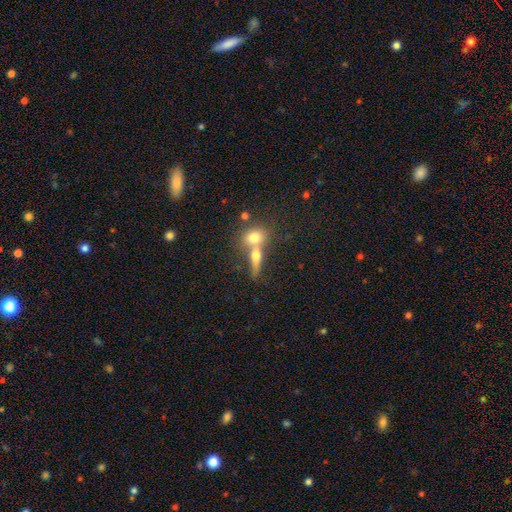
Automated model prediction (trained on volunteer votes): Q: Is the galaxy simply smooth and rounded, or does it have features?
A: smooth — 62%.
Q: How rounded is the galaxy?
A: in between — 45%.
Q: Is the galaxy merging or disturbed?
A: merger — 54%.